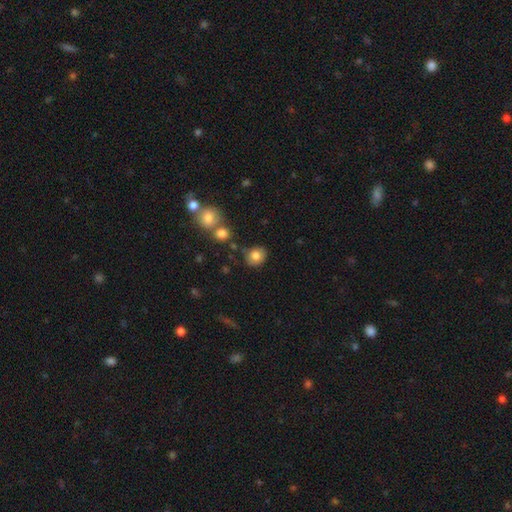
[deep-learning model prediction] This is clearly a smooth galaxy (81%). How rounded: likely round (67%). Merging: likely none (78%).